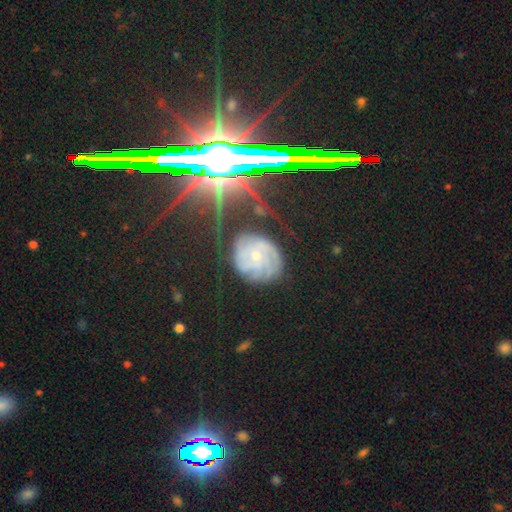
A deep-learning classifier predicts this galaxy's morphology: smooth_or_featured: featured or disk (p=0.66) [alt: star or artifact p=0.19]
disk_edge_on: no (p=0.96) [alt: yes p=0.04]
bar: no (p=0.71) [alt: weak p=0.23]
has_spiral_arms: yes (p=0.91) [alt: no p=0.09]
spiral_winding: tight (p=0.66) [alt: medium p=0.26]
spiral_arm_count: can't tell (p=0.36) [alt: 3 p=0.22]
bulge_size: small (p=0.73) [alt: moderate p=0.22]
merging: none (p=0.72) [alt: minor disturbance p=0.19]